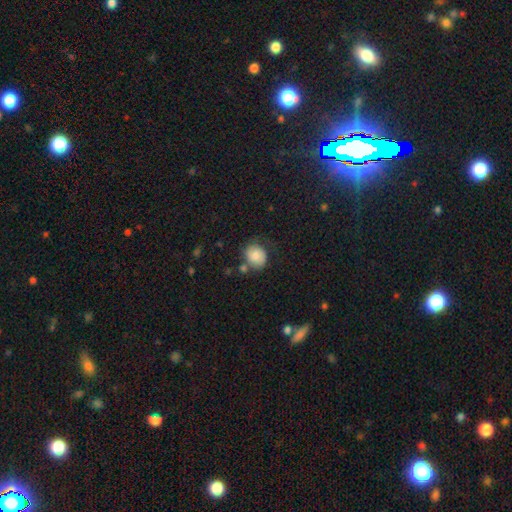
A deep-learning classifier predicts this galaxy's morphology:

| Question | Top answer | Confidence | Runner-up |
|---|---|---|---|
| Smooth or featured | smooth | 71% | featured or disk (20%) |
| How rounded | round | 68% | in between (31%) |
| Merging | none | 56% | minor disturbance (25%) |